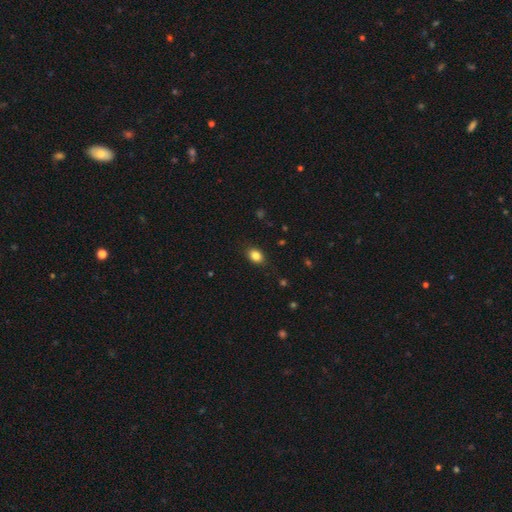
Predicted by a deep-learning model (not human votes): Overall: smooth (84%). How rounded: in between (71%). Merging: none (86%).